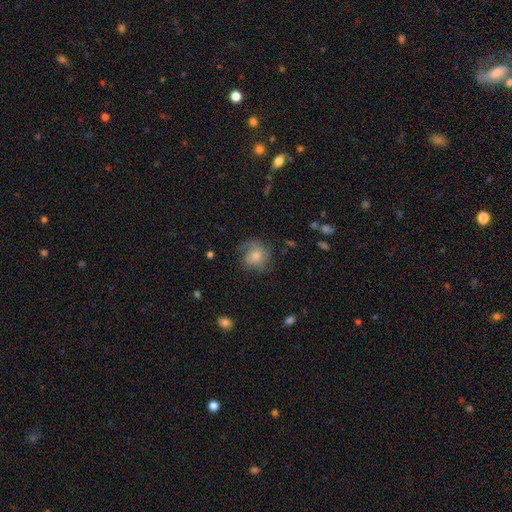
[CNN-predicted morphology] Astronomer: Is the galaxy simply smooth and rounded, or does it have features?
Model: smooth — 56% (runner-up: featured or disk, 35%).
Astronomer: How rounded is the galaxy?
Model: round — 79%.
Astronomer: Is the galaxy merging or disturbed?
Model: none — 57%.